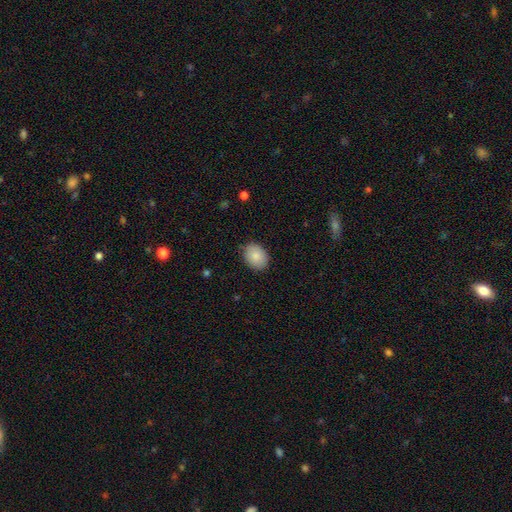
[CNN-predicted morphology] This appears to be a smooth galaxy with no disk features (86%) that is in between round and cigar-shaped (67%). Merging: none (86%).